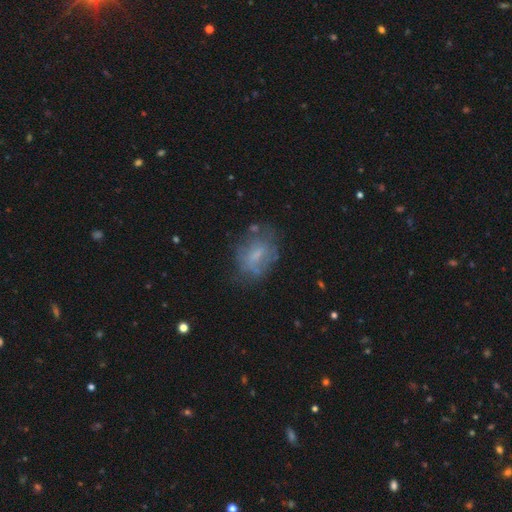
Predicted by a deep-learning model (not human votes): Morphology: type=smooth (51%); roundness=in between (73%); merging=none (58%).